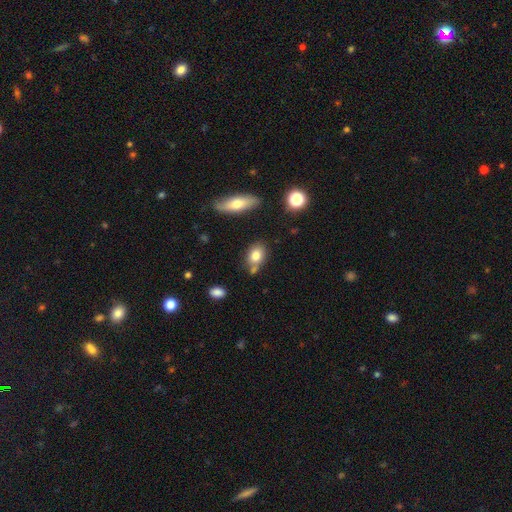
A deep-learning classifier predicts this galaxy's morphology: A smooth galaxy with no disk features (78%) that is in between round and cigar-shaped (71%).

Vote fractions:
- Smooth or featured? smooth: 78% / featured or disk: 13% / star or artifact: 9%
- How rounded? in between: 71% / round: 26% / cigar-shaped: 3%
- Merging? none: 62% / merger: 18% / minor disturbance: 16% / major disturbance: 4%